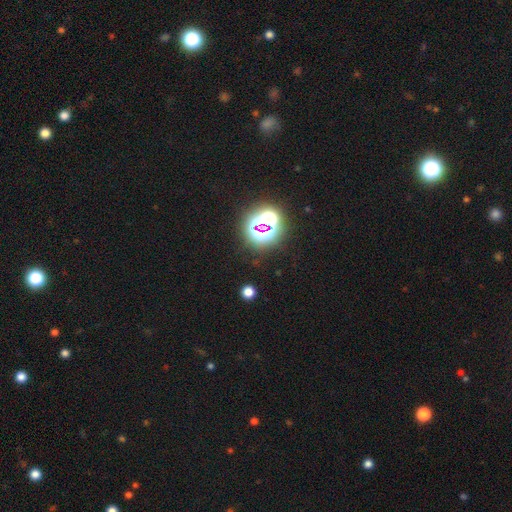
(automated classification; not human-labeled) This is likely a star or artifact rather than a galaxy (80%).